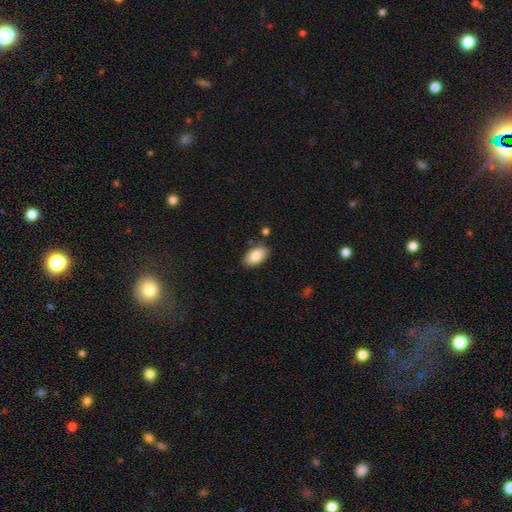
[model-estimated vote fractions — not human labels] Smooth or featured?
  - smooth: 85% *
  - featured or disk: 8%
  - star or artifact: 7%
How rounded?
  - in between: 94% *
  - round: 5%
  - cigar-shaped: 2%
Merging?
  - none: 81% *
  - minor disturbance: 13%
  - merger: 4%
  - major disturbance: 3%